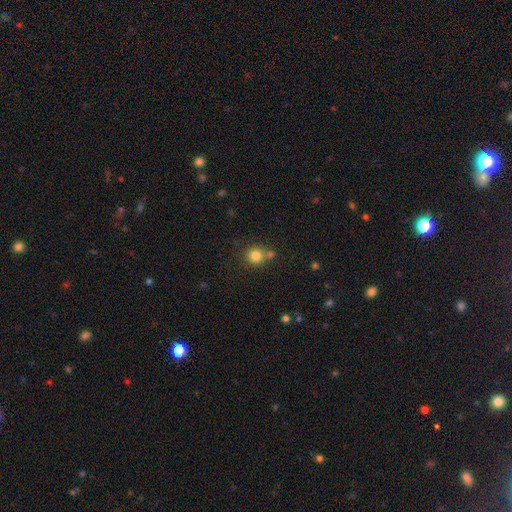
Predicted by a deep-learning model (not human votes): This appears to be a smooth galaxy with no disk features (81%) that is round (91%). Merging: none (63%).